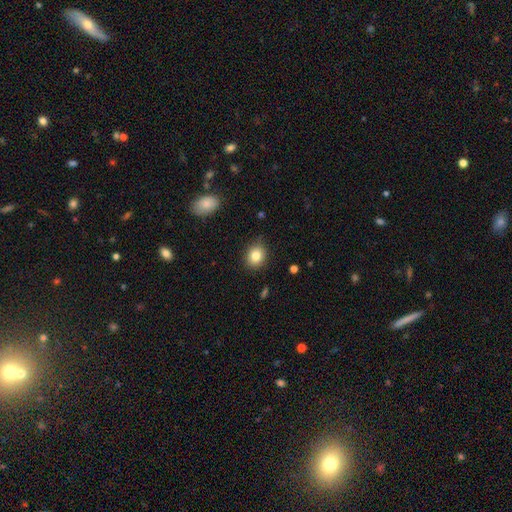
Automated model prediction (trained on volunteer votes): This is clearly a smooth galaxy (82%). How rounded: likely round (67%). Merging: clearly none (83%).